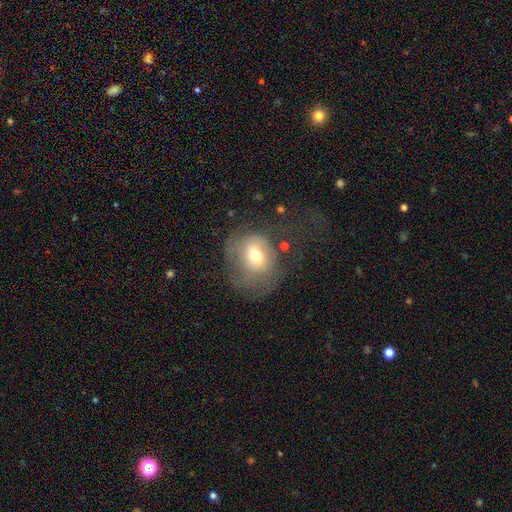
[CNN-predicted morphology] Smooth or featured? smooth (61%)
How rounded? round (67%)
Merging? major disturbance (40%)